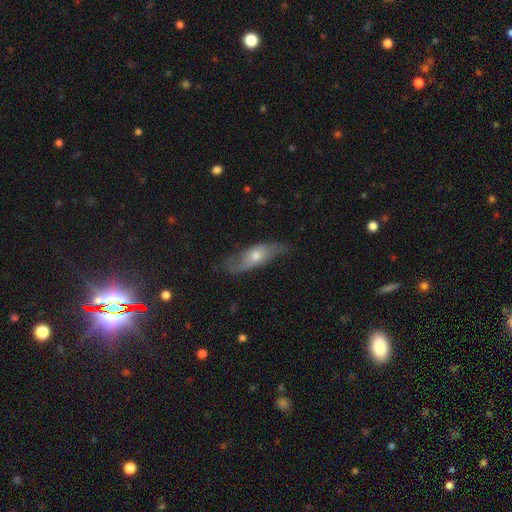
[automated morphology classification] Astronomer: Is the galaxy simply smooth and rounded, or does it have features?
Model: featured or disk — 56% (runner-up: smooth, 37%).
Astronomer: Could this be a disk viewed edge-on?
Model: no — 69%.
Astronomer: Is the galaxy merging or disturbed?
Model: none — 64%.